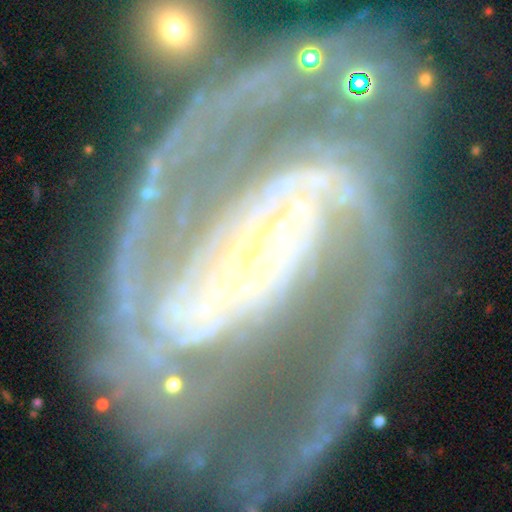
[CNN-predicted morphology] smooth-or-featured: featured or disk: 93% | star or artifact: 4% | smooth: 3%
  disk-edge-on: no: 98% | yes: 2%
    bar: strong: 48% | weak: 30% | no: 22%
    has-spiral-arms: yes: 98% | no: 2%
      spiral-winding: medium: 47% | tight: 34% | loose: 20%
      spiral-arm-count: 2: 67% | 3: 11% | can't tell: 6% | 4: 6% | 1: 5% | more than 4: 5%
    bulge-size: small: 79% | moderate: 16% | large: 2% | none: 2% | dominant: 1%
  merging: none: 48% | major disturbance: 25% | minor disturbance: 19% | merger: 7%